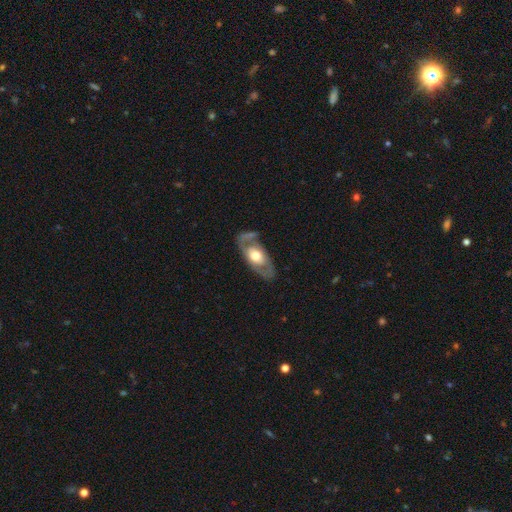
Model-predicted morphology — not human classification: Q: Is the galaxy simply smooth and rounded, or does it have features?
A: featured or disk — 64%.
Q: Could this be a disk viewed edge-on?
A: no — 86%.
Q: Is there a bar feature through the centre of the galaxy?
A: no — 78%.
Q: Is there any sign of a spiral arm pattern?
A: no — 54%.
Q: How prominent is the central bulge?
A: moderate — 61%.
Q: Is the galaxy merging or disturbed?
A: none — 66%.